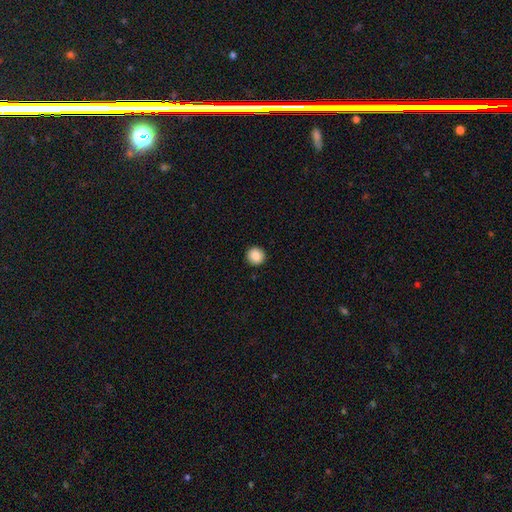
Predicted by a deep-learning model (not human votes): A smooth galaxy with no disk features (87%) that is round (95%). Merging: none (93%).